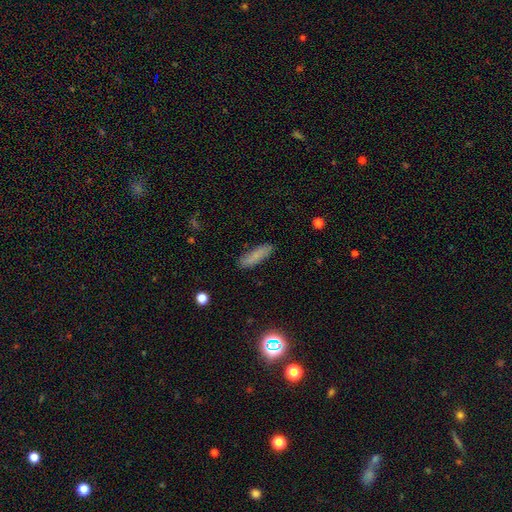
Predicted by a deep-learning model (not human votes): A smooth galaxy with no disk features (77%) that is cigar-shaped (64%). Merging: none (84%).